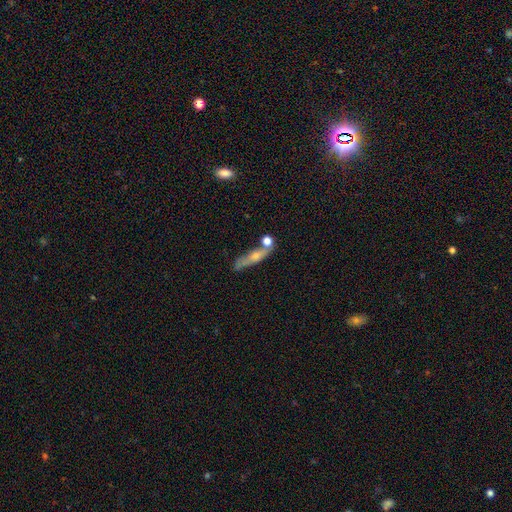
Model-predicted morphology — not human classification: This appears to be a featured or disk galaxy (50%) viewed edge-on (74%). Merging: none (60%).